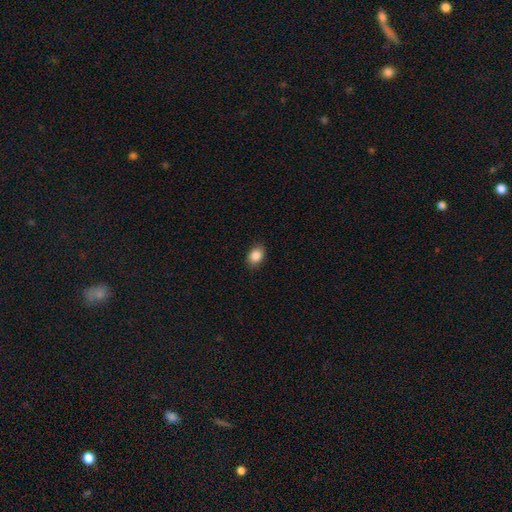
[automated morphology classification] A smooth galaxy with no disk features (87%) that is in between round and cigar-shaped (66%).

Vote fractions:
- Smooth or featured? smooth: 87% / star or artifact: 8% / featured or disk: 4%
- How rounded? in between: 66% / round: 33% / cigar-shaped: 1%
- Merging? none: 86% / minor disturbance: 10% / major disturbance: 2% / merger: 1%